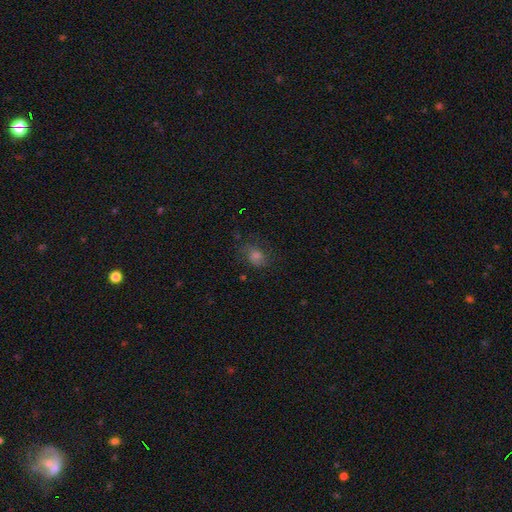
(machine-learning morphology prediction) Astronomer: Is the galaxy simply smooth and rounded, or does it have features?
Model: smooth — 46% (runner-up: featured or disk, 30%).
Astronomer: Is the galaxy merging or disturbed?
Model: none — 67%.